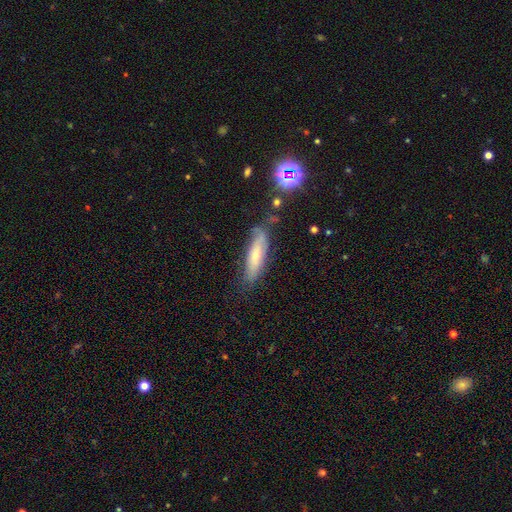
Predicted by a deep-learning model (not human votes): Smooth or featured? smooth (60%)
How rounded? cigar-shaped (67%)
Merging? none (65%)